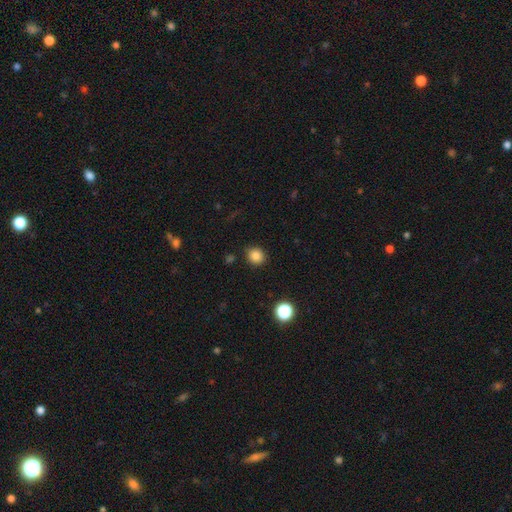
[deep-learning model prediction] Morphology: type=smooth (84%); roundness=round (85%); merging=none (89%).